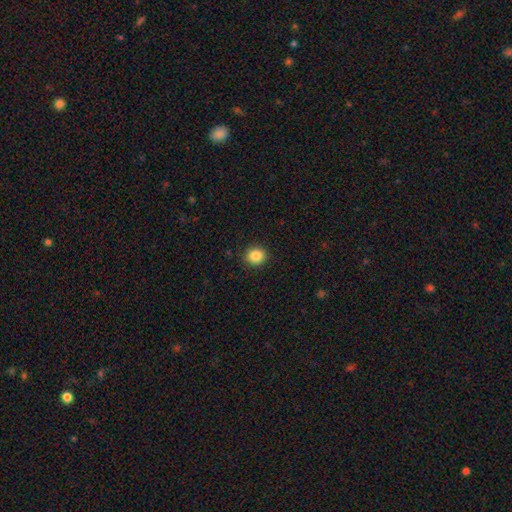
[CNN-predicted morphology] Smooth or featured: smooth — 86% (star or artifact — 10%)
How rounded: round — 82% (in between — 17%)
Merging: none — 91% (minor disturbance — 6%)